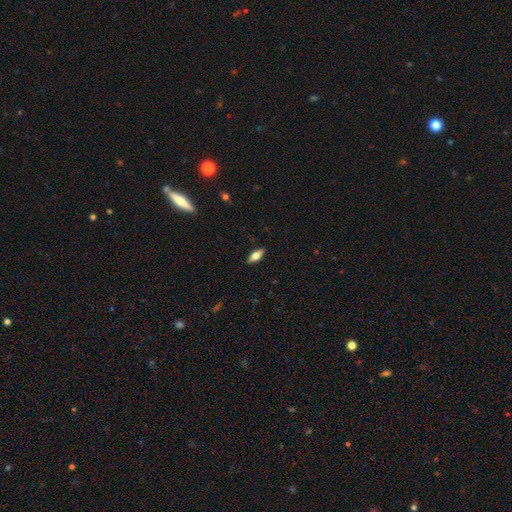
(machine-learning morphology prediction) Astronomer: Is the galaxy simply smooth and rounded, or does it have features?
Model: smooth — 57% (runner-up: featured or disk, 35%).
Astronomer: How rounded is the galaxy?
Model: in between — 74%.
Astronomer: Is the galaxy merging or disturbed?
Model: none — 88%.